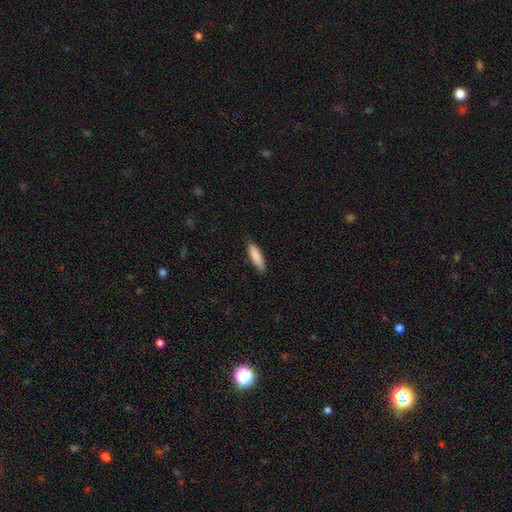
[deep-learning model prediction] Smooth or featured?
  - smooth: 87% *
  - featured or disk: 7%
  - star or artifact: 6%
How rounded?
  - cigar-shaped: 53% *
  - in between: 45%
  - round: 1%
Merging?
  - none: 81% *
  - minor disturbance: 16%
  - major disturbance: 2%
  - merger: 1%